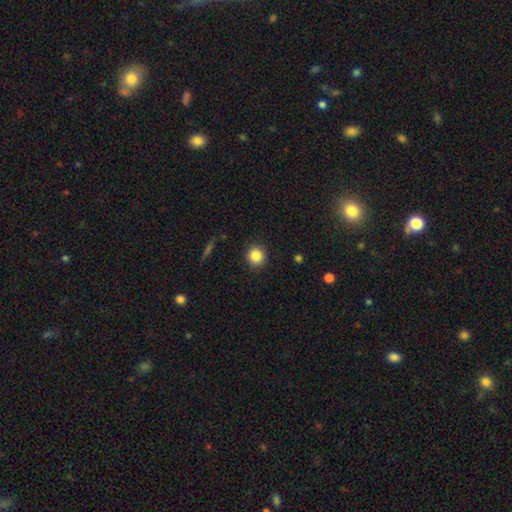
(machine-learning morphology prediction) Smooth or featured? smooth (85%)
How rounded? round (93%)
Merging? none (91%)